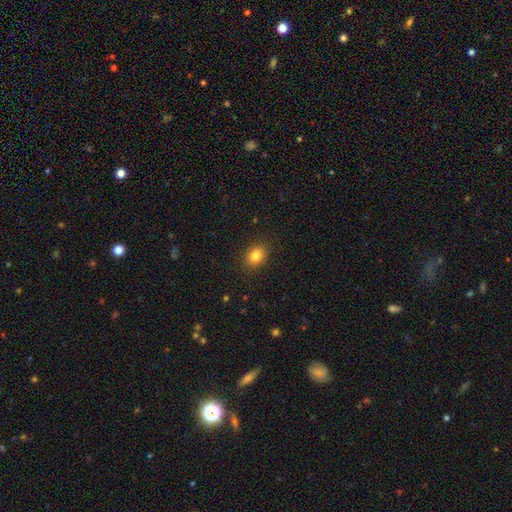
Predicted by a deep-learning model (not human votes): Smooth or featured?
  - smooth: 83% *
  - star or artifact: 11%
  - featured or disk: 6%
How rounded?
  - in between: 53% *
  - round: 46%
  - cigar-shaped: 1%
Merging?
  - none: 88% *
  - minor disturbance: 8%
  - major disturbance: 2%
  - merger: 1%